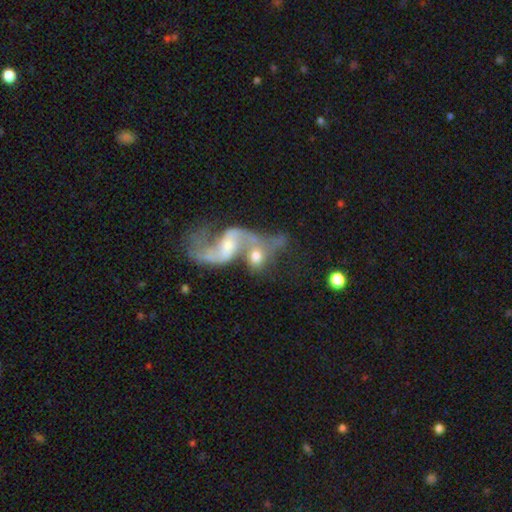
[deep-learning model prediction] A featured or disk galaxy (62%) with no bar (48%), spiral arms (80%) and a moderate central bulge (38%).

Vote fractions:
- Smooth or featured? featured or disk: 62% / smooth: 30% / star or artifact: 8%
- Edge-on disk? no: 95% / yes: 5%
- Bar? no: 48% / weak: 37% / strong: 15%
- Spiral arms? yes: 80% / no: 20%
- Bulge size? moderate: 38% / small: 37% / large: 11% / none: 10% / dominant: 3%
- Merging? merger: 62% / none: 18% / major disturbance: 12% / minor disturbance: 8%